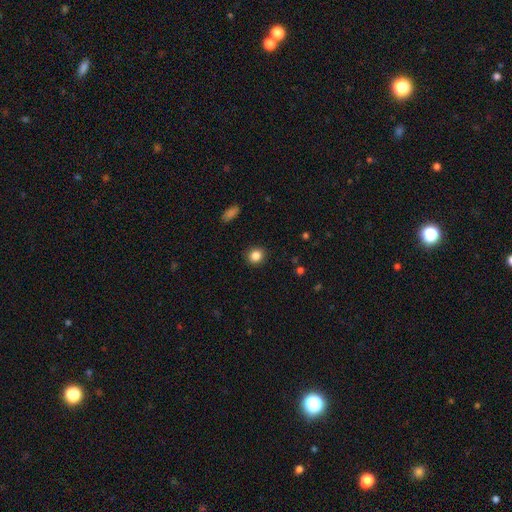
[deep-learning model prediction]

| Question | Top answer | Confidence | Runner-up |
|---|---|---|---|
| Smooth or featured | smooth | 85% | star or artifact (11%) |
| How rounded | round | 77% | in between (22%) |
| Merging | none | 90% | minor disturbance (7%) |